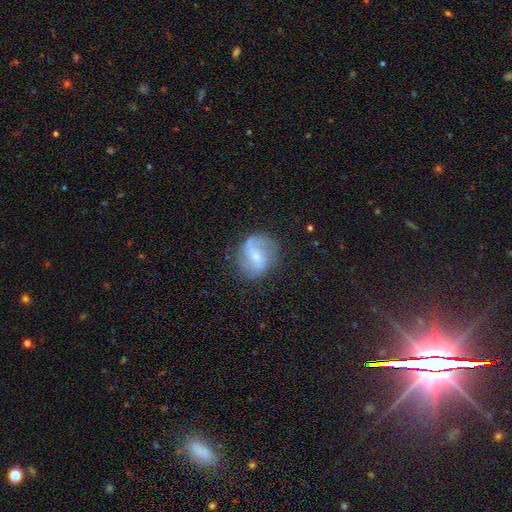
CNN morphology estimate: The model was most divided on "bar": weak: 49%, no: 29%, strong: 21%. More confident: edge-on disk — no (96%); spiral arms — yes (81%); merging — none (68%); smooth or featured — featured or disk (62%); bulge size — small (57%).